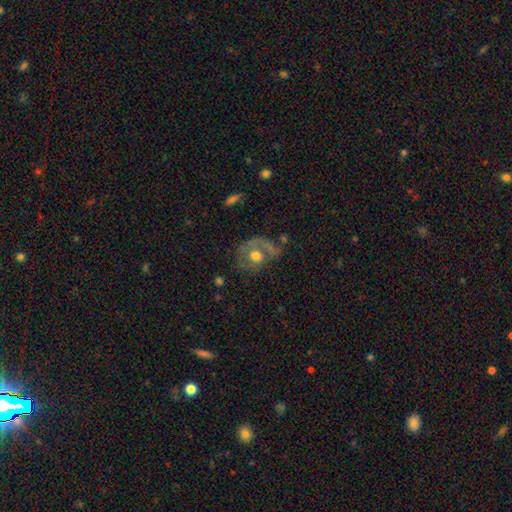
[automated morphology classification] Overall: featured or disk (51%; smooth 41%). Edge-on disk: no (96%). Merging: none (47%; major disturbance 25%).